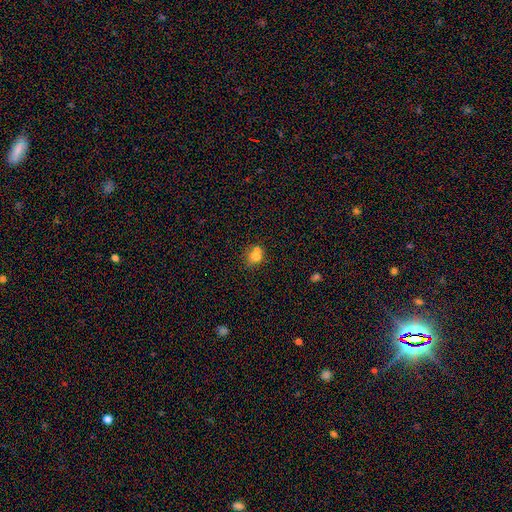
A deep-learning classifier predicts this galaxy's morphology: Overall: smooth (74%). How rounded: round (72%). Merging: none (45%; merger 38%).